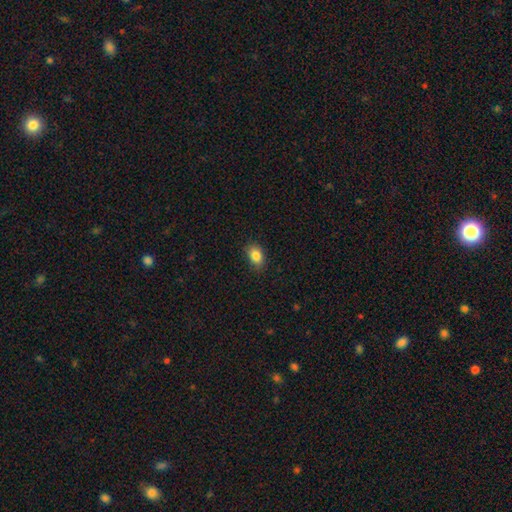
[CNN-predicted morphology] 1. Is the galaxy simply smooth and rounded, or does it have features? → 85% smooth, 9% star or artifact, 6% featured or disk.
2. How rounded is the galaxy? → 83% in between, 16% round, 2% cigar-shaped.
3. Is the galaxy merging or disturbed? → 86% none, 11% minor disturbance, 2% major disturbance, 1% merger.